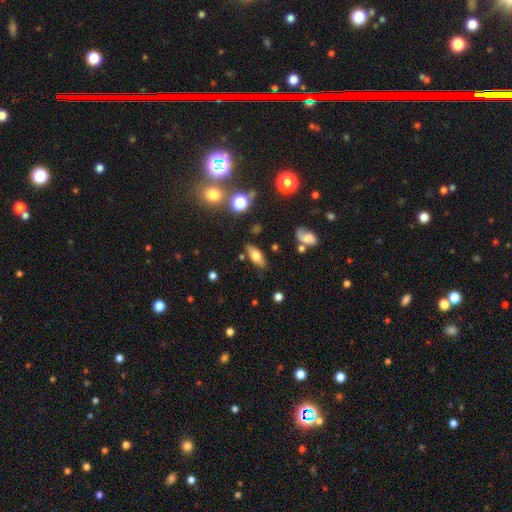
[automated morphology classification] smooth 62%, featured or disk 29%, star or artifact 9%. Down the decision tree: how rounded — in between (78%); merging — none (79%).